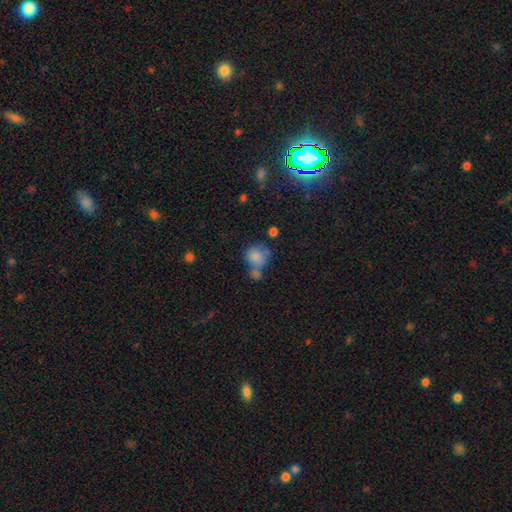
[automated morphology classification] Smooth or featured? Predicted: smooth (p=0.80). How rounded? Predicted: round (p=0.75). Merging? Predicted: merger (p=0.39).